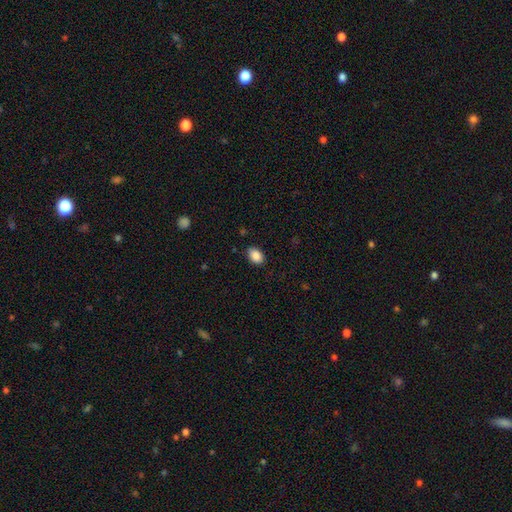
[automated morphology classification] smooth_or_featured: smooth (p=0.88) [alt: star or artifact p=0.08]
how_rounded: in between (p=0.84) [alt: round p=0.15]
merging: none (p=0.85) [alt: minor disturbance p=0.12]